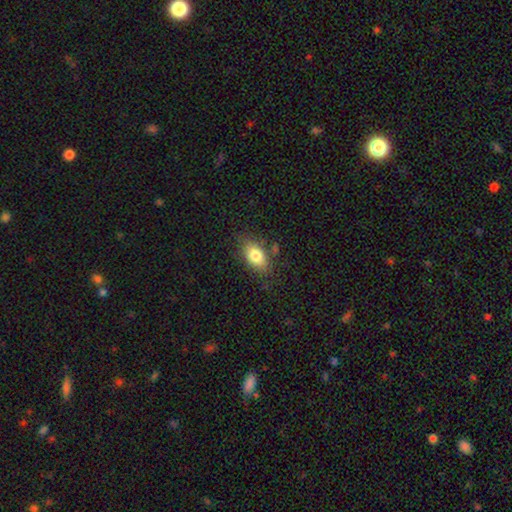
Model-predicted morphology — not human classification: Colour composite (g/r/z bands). It shows a smooth galaxy with no disk features (81%) that is in between round and cigar-shaped (88%). Merging: none (76%).